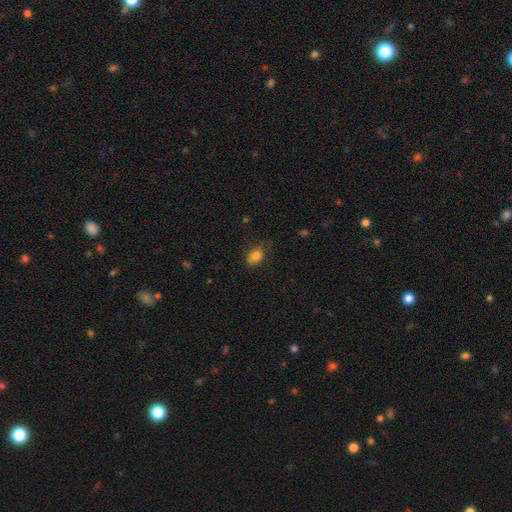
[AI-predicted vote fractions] Smooth or featured?
  - smooth: 82% *
  - star or artifact: 10%
  - featured or disk: 8%
How rounded?
  - in between: 81% *
  - round: 17%
  - cigar-shaped: 3%
Merging?
  - none: 71% *
  - minor disturbance: 22%
  - major disturbance: 5%
  - merger: 1%